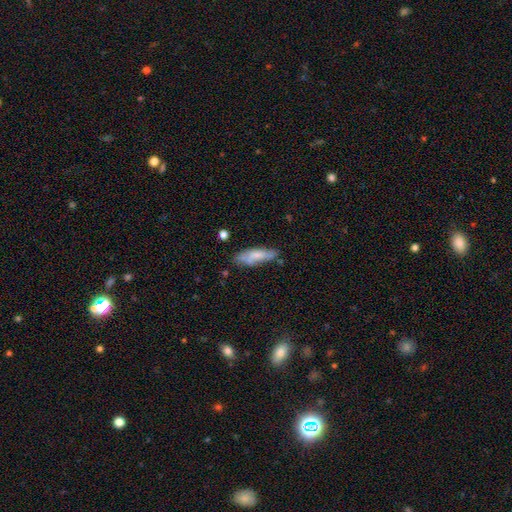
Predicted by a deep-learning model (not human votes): This is likely a smooth galaxy (65%). How rounded: possibly cigar-shaped (54%). Merging: likely none (61%).